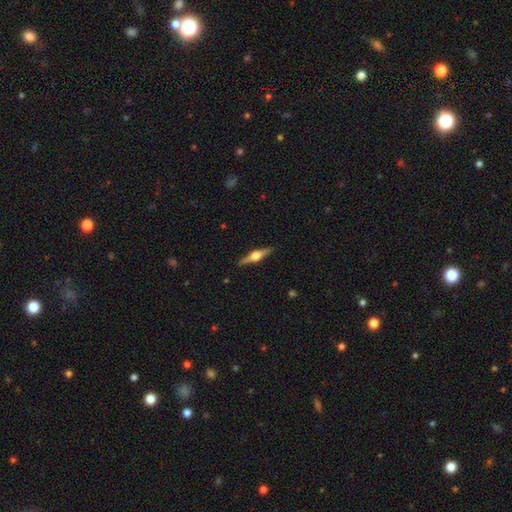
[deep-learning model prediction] This appears to be a featured or disk galaxy (72%) viewed edge-on (98%) with a rounded central bulge (92%). Merging: none (90%).